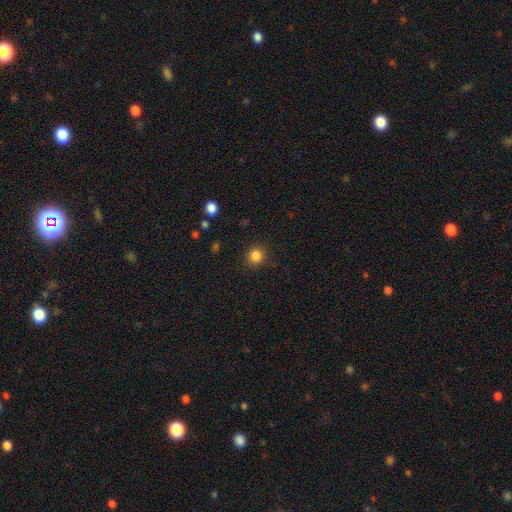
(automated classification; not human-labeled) Smooth or featured: smooth — 85% (star or artifact — 12%)
How rounded: round — 89% (in between — 10%)
Merging: none — 90% (minor disturbance — 7%)